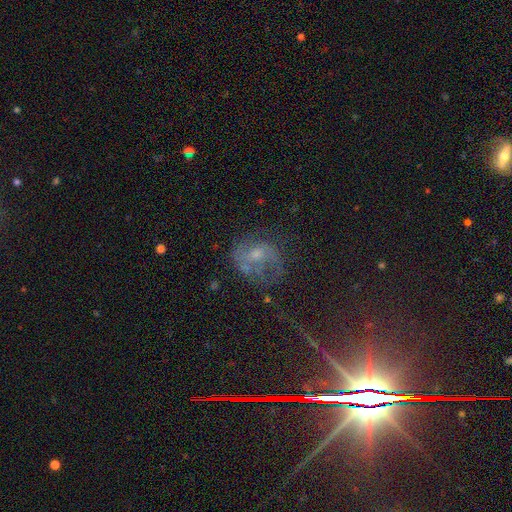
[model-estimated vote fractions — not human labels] This appears to be a featured or disk galaxy (51%). Merging: none (50%).